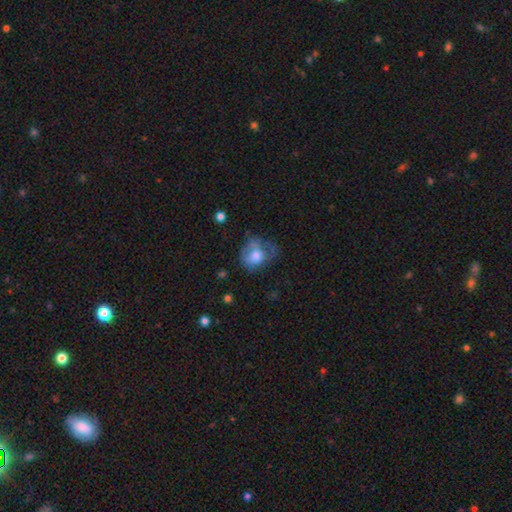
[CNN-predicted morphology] Smooth or featured? smooth (60%)
How rounded? round (53%)
Merging? major disturbance (39%)